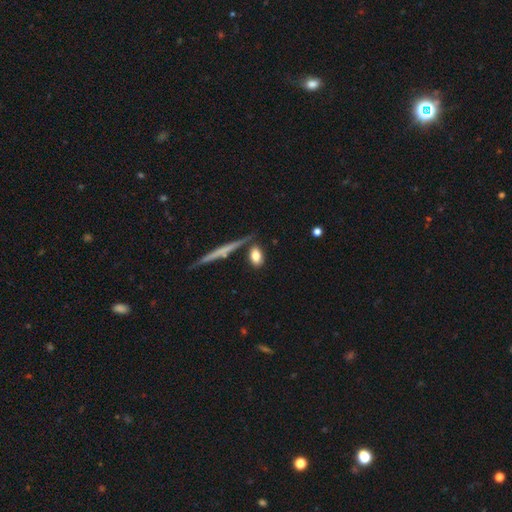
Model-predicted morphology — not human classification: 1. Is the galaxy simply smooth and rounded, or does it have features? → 79% smooth, 14% featured or disk, 7% star or artifact.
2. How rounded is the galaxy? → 78% in between, 11% cigar-shaped, 11% round.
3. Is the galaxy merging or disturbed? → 75% none, 13% minor disturbance, 7% merger, 4% major disturbance.